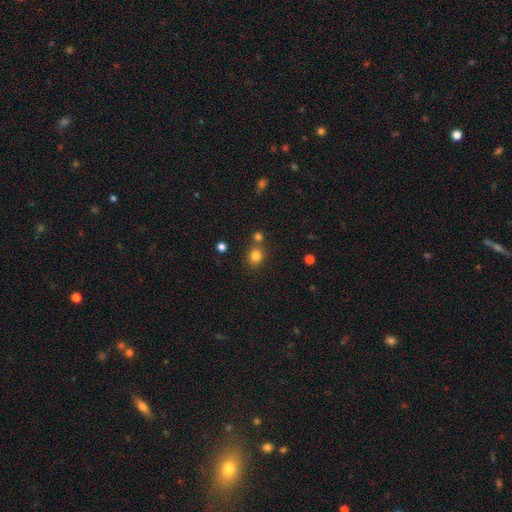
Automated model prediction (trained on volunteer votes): smooth_or_featured: smooth (p=0.81) [alt: star or artifact p=0.14]
how_rounded: round (p=0.80) [alt: in between p=0.19]
merging: none (p=0.70) [alt: merger p=0.18]